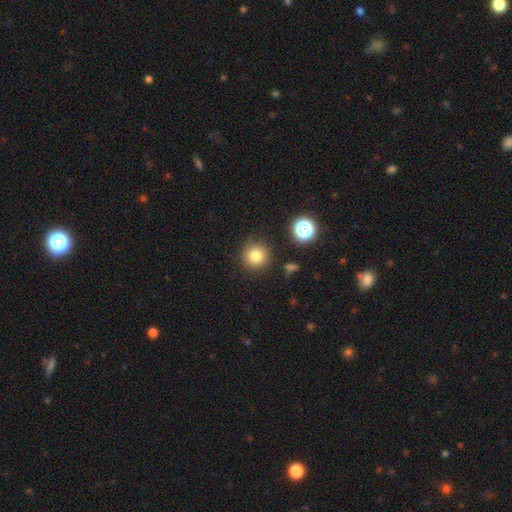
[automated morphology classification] A smooth galaxy with no disk features (80%) that is round (94%).

Vote fractions:
- Smooth or featured? smooth: 80% / star or artifact: 13% / featured or disk: 7%
- How rounded? round: 94% / in between: 5% / cigar-shaped: 1%
- Merging? none: 86% / minor disturbance: 8% / merger: 3% / major disturbance: 3%